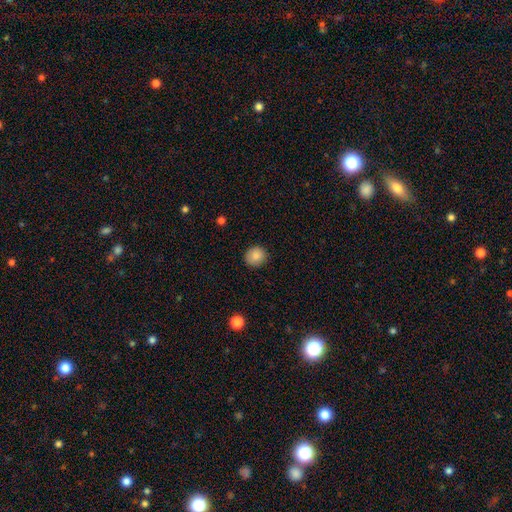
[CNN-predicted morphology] Smooth or featured?
  - smooth: 87% *
  - star or artifact: 9%
  - featured or disk: 4%
How rounded?
  - round: 87% *
  - in between: 12%
  - cigar-shaped: 1%
Merging?
  - none: 90% *
  - minor disturbance: 7%
  - major disturbance: 2%
  - merger: 1%